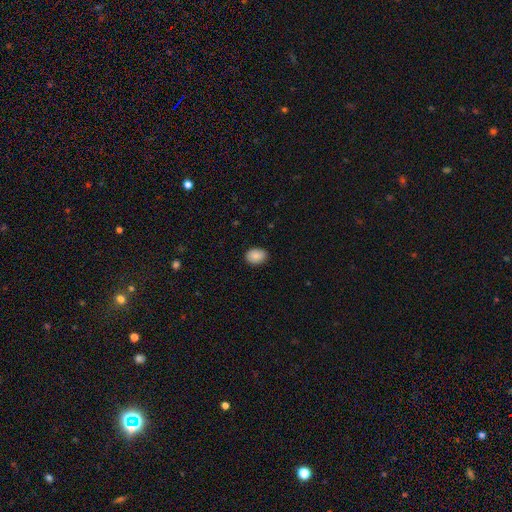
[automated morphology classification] Overall: smooth (83%). How rounded: in between (68%; round 31%). Merging: none (84%).